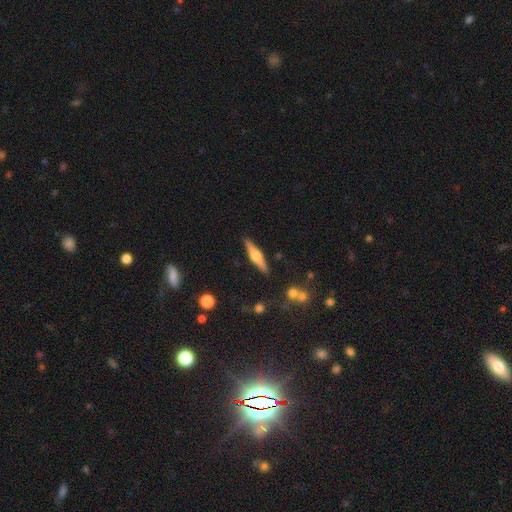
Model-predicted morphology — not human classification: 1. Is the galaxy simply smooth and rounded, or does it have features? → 67% featured or disk, 28% smooth, 6% star or artifact.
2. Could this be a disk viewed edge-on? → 97% yes, 3% no.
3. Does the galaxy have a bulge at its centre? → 89% rounded, 9% boxy, 3% none.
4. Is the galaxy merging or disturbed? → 89% none, 7% minor disturbance, 2% merger, 2% major disturbance.